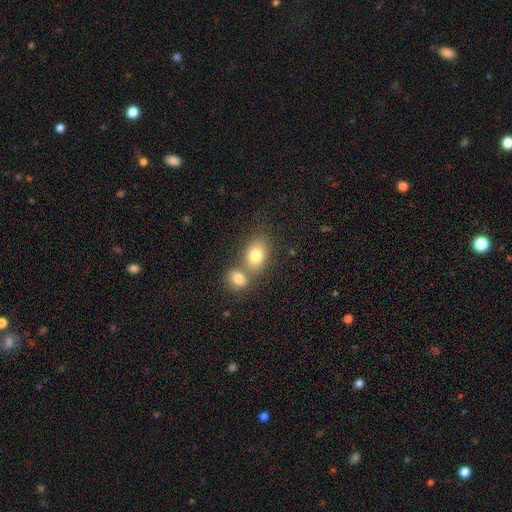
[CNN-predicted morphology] The model was most divided on "merging": merger: 47%, none: 42%, minor disturbance: 9%, major disturbance: 3%. More confident: smooth or featured — smooth (80%); how rounded — in between (71%).